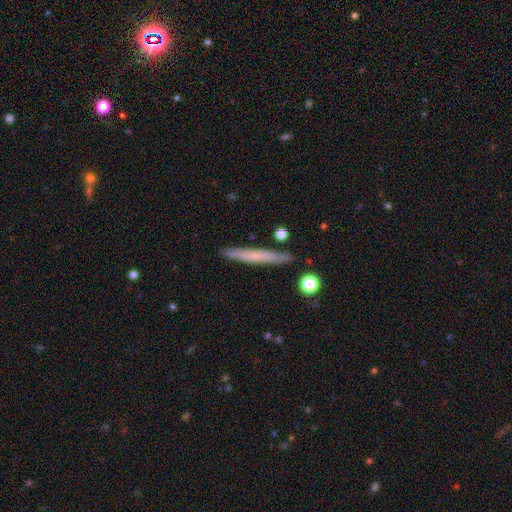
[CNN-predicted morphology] Overall: smooth (56%; featured or disk 37%). How rounded: cigar-shaped (96%). Merging: none (88%).